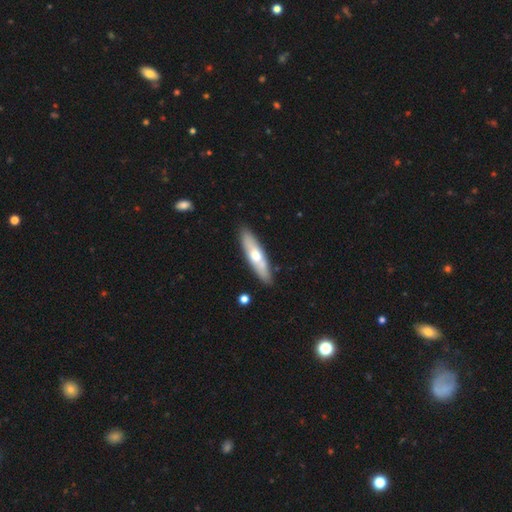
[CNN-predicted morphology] This is possibly a smooth galaxy (51%). How rounded: likely cigar-shaped (73%). Merging: clearly none (85%).